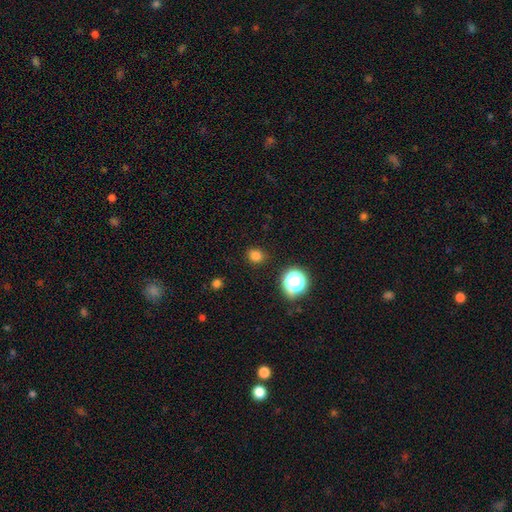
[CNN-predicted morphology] This appears to be a smooth galaxy with no disk features (79%) that is round (79%). Merging: none (87%).